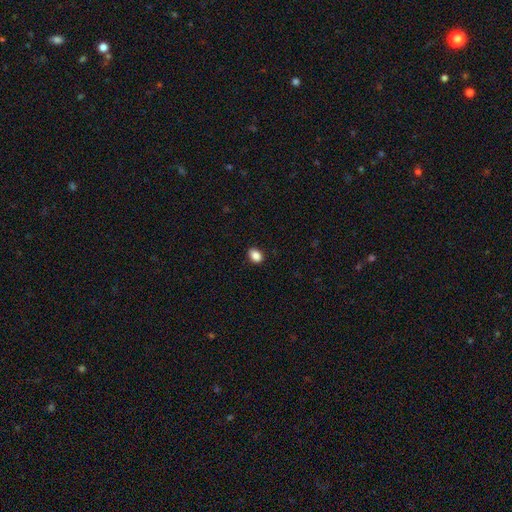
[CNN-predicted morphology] smooth 88%, star or artifact 9%, featured or disk 3%. Down the decision tree: how rounded — in between (76%); merging — none (88%).